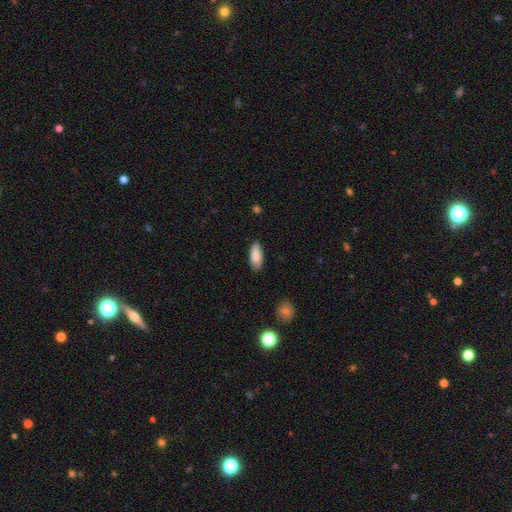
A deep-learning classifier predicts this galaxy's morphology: smooth-or-featured: smooth: 86% | featured or disk: 8% | star or artifact: 6%
  how-rounded: in between: 78% | cigar-shaped: 20% | round: 2%
  merging: none: 85% | minor disturbance: 12% | major disturbance: 2% | merger: 1%